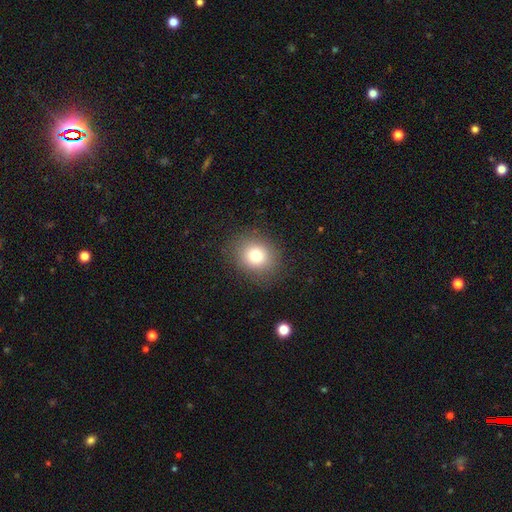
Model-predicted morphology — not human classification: smooth_or_featured: smooth (p=0.79) [alt: star or artifact p=0.12]
how_rounded: round (p=0.72) [alt: in between p=0.28]
merging: none (p=0.86) [alt: minor disturbance p=0.09]